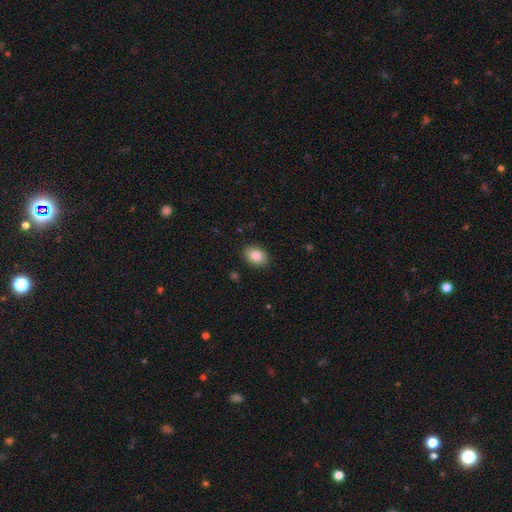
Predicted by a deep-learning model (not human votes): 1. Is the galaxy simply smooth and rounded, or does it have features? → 87% smooth, 8% star or artifact, 5% featured or disk.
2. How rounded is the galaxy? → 71% in between, 28% round, 1% cigar-shaped.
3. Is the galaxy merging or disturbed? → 88% none, 8% minor disturbance, 2% major disturbance, 1% merger.